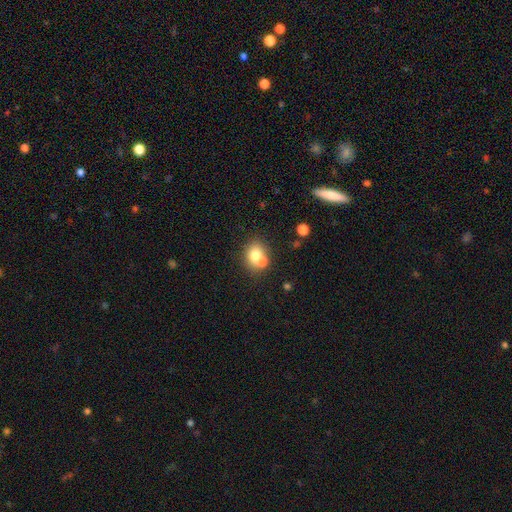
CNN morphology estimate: This appears to be a smooth galaxy with no disk features (72%) that is round (68%). Merging: none (49%).